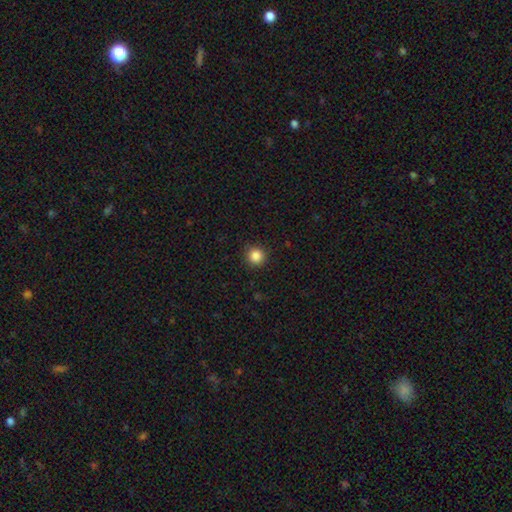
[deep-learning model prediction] Overall: smooth (86%). How rounded: round (94%). Merging: none (91%).